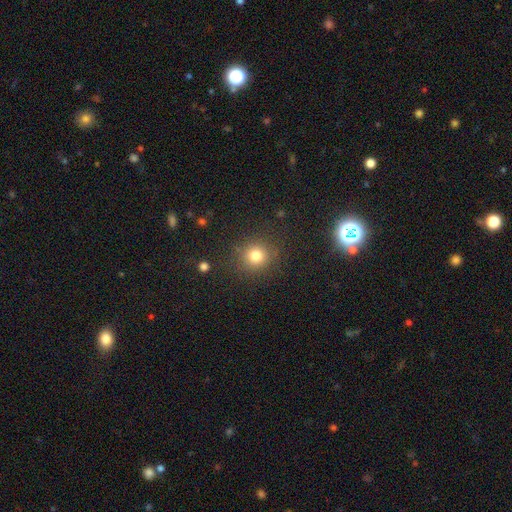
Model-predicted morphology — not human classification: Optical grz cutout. It shows a smooth galaxy with no disk features (79%) that is round (90%). Merging: none (86%).